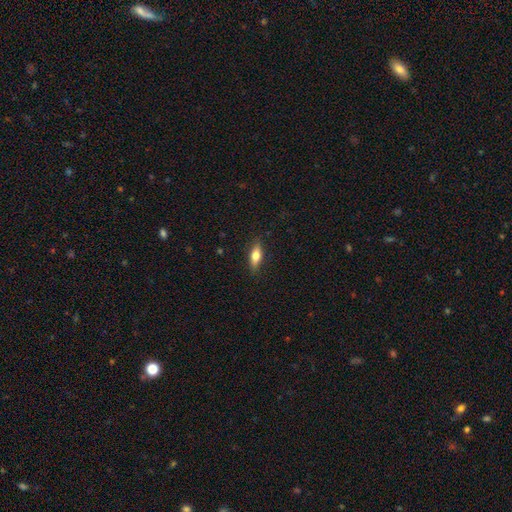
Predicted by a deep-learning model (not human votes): Smooth or featured?
  - smooth: 63% *
  - featured or disk: 30%
  - star or artifact: 7%
How rounded?
  - in between: 60% *
  - cigar-shaped: 37%
  - round: 3%
Merging?
  - none: 87% *
  - minor disturbance: 9%
  - major disturbance: 2%
  - merger: 1%